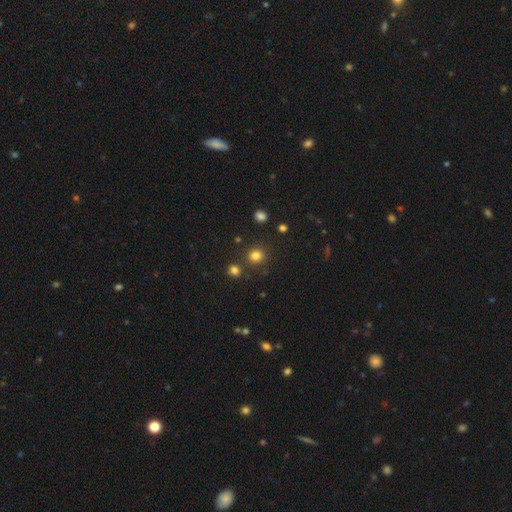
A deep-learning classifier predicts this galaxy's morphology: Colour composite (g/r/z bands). It shows a smooth galaxy with no disk features (81%) that is round (81%). Merging: none (82%).